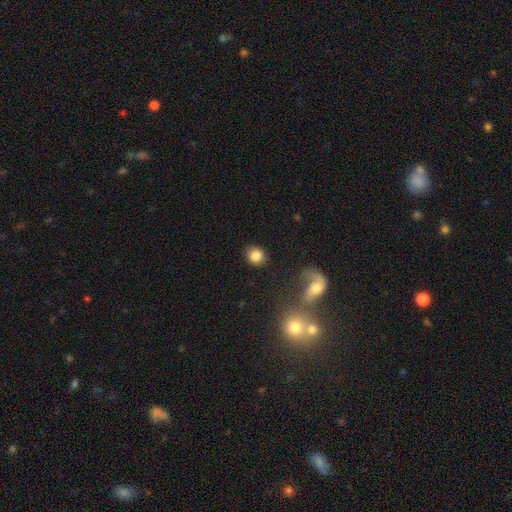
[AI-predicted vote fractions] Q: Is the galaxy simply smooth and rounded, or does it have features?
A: smooth — 83%.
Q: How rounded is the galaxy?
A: round — 85%.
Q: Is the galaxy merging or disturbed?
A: none — 86%.